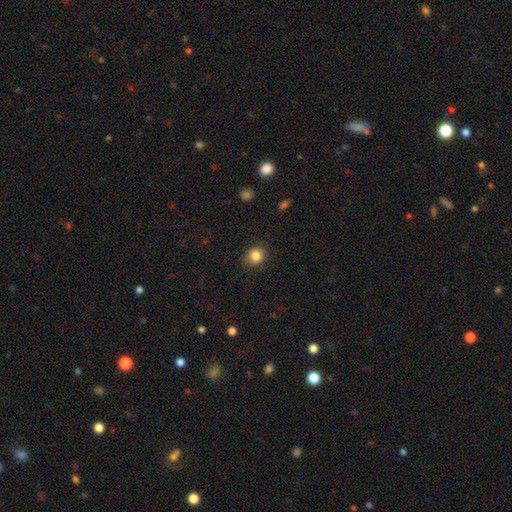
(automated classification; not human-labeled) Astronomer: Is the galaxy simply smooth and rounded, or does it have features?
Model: smooth — 85%.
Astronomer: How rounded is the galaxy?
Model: round — 74%.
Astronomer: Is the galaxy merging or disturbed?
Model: none — 84%.